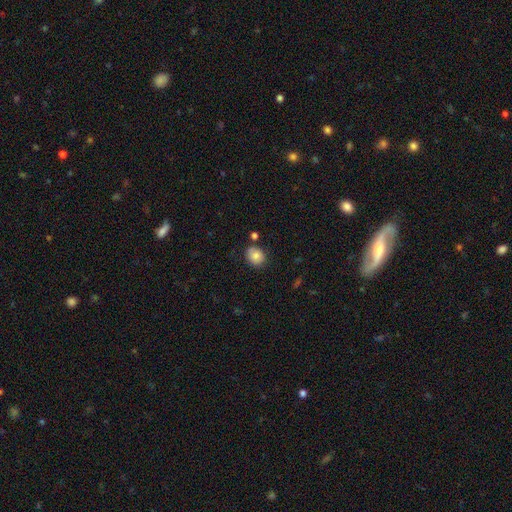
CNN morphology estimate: A smooth galaxy with no disk features (83%) that is round (66%).

Vote fractions:
- Smooth or featured? smooth: 83% / star or artifact: 9% / featured or disk: 8%
- How rounded? round: 66% / in between: 33% / cigar-shaped: 1%
- Merging? none: 78% / minor disturbance: 13% / merger: 6% / major disturbance: 3%